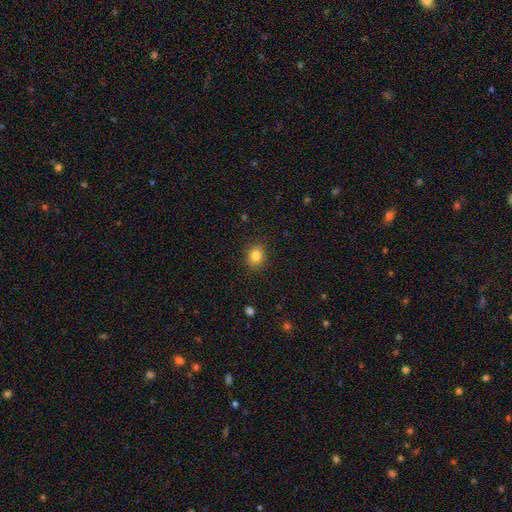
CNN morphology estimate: smooth-or-featured: smooth: 83% | star or artifact: 11% | featured or disk: 6%
  how-rounded: round: 64% | in between: 35% | cigar-shaped: 1%
  merging: none: 89% | minor disturbance: 7% | major disturbance: 2% | merger: 1%